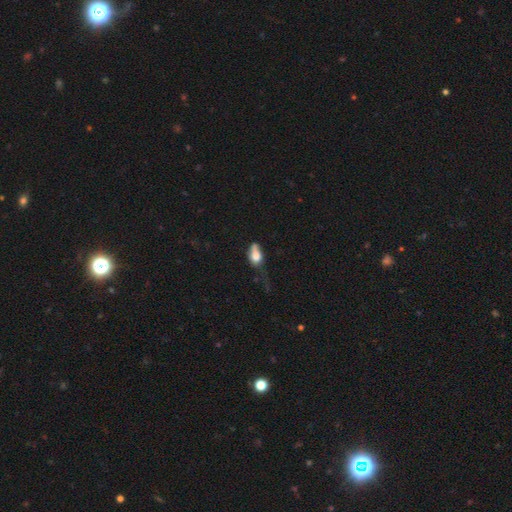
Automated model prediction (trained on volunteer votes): smooth 68%, featured or disk 22%, star or artifact 9%. Down the decision tree: how rounded — in between (77%); merging — major disturbance (38%).